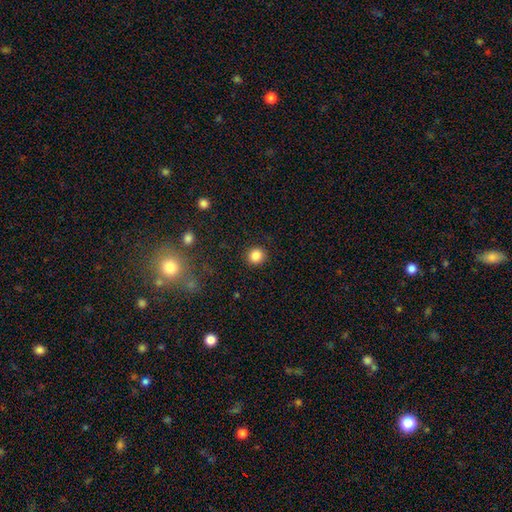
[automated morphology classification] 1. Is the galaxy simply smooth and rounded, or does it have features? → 85% smooth, 11% star or artifact, 4% featured or disk.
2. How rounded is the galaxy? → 92% round, 7% in between, 1% cigar-shaped.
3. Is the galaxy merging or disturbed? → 91% none, 6% minor disturbance, 2% major disturbance, 1% merger.